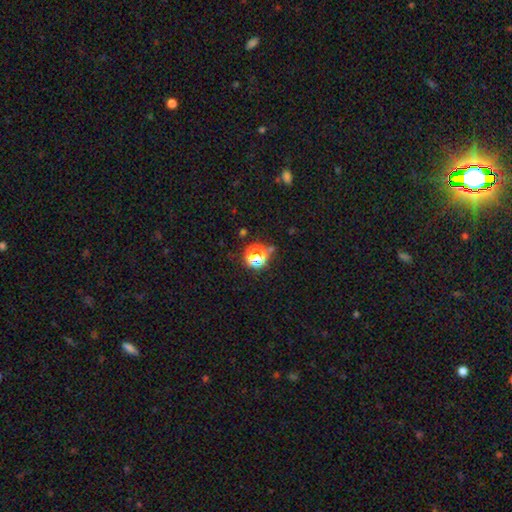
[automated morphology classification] A smooth galaxy with no disk features (53%) that is round (89%). Merging: none (73%).